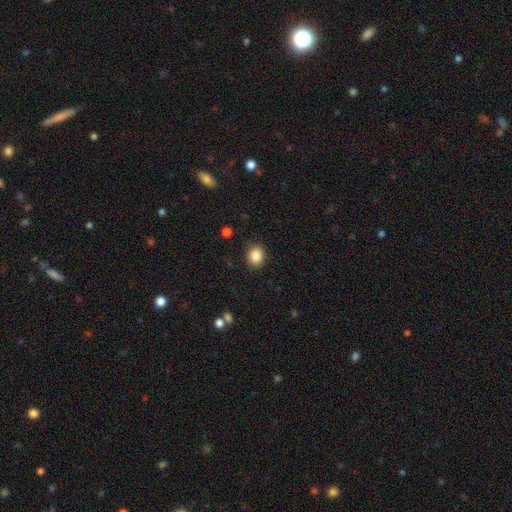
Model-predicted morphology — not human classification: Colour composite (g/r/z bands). It shows a smooth galaxy with no disk features (87%) that is round (62%). Merging: none (88%).